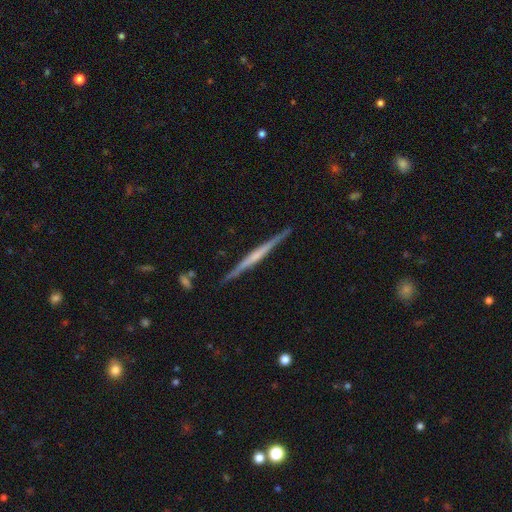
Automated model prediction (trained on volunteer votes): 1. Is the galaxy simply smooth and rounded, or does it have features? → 72% featured or disk, 23% smooth, 5% star or artifact.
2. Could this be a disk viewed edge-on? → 98% yes, 2% no.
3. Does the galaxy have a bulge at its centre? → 51% none, 32% rounded, 17% boxy.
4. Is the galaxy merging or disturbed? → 90% none, 7% minor disturbance, 1% major disturbance, 1% merger.